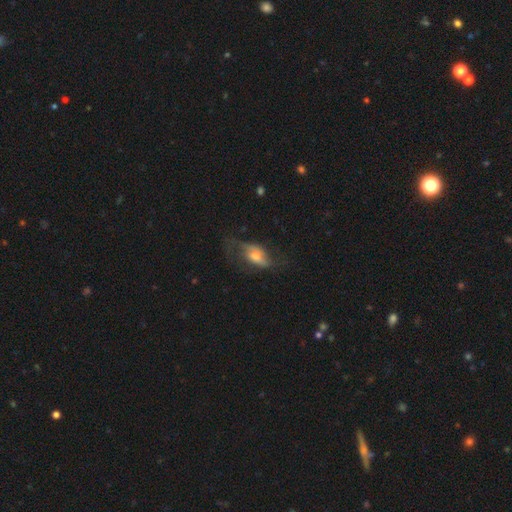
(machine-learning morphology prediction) Q: Smooth or featured?
A: featured or disk (52%); runner-up: smooth (40%)
Q: Edge-on disk?
A: no (84%); runner-up: yes (16%)
Q: Merging?
A: none (46%); runner-up: major disturbance (26%)